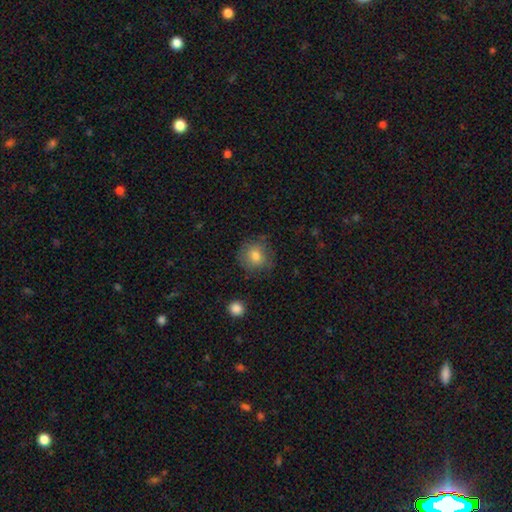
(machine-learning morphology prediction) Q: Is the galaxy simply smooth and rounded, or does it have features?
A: smooth — 79%.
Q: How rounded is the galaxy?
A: round — 86%.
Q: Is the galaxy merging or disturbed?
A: none — 77%.